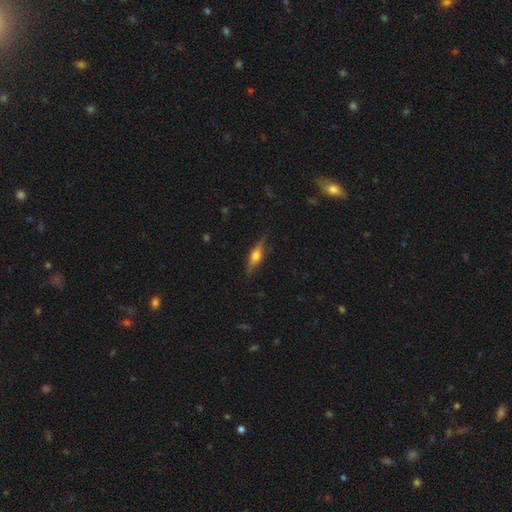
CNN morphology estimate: smooth-or-featured: featured or disk: 49% | smooth: 44% | star or artifact: 7%
  merging: none: 83% | minor disturbance: 13% | major disturbance: 3% | merger: 1%